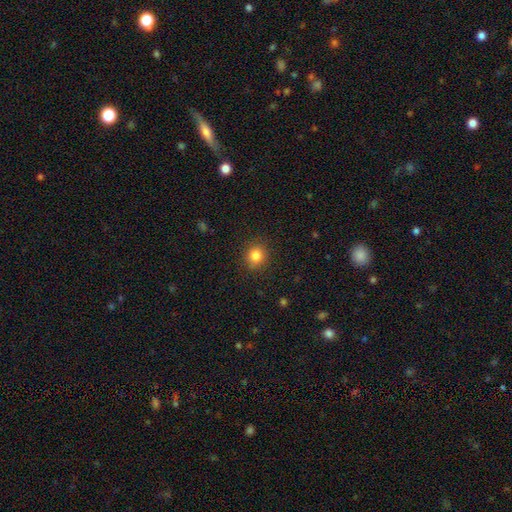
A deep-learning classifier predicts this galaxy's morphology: smooth 84%, star or artifact 11%, featured or disk 5%. Down the decision tree: how rounded — round (86%); merging — none (89%).